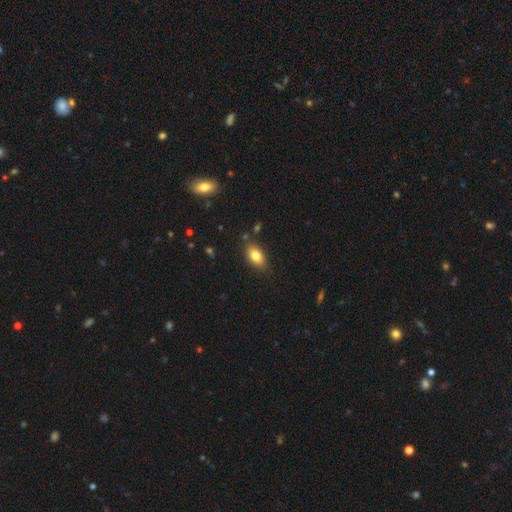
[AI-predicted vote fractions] The model was most divided on "merging": none: 81%, minor disturbance: 13%, merger: 3%, major disturbance: 3%. More confident: how rounded — in between (87%); smooth or featured — smooth (80%).